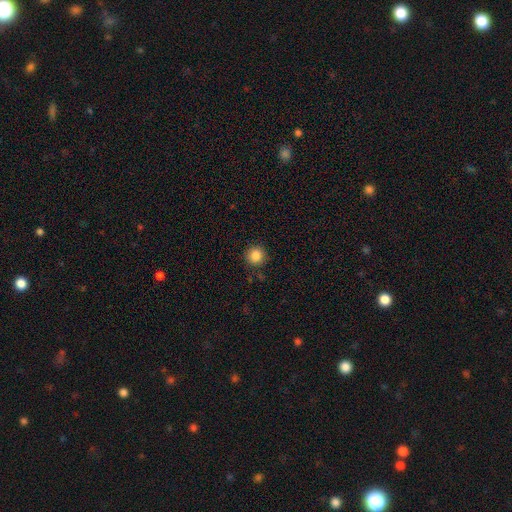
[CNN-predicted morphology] The model was most divided on "smooth or featured": smooth: 86%, star or artifact: 10%, featured or disk: 4%. More confident: how rounded — round (94%); merging — none (89%).